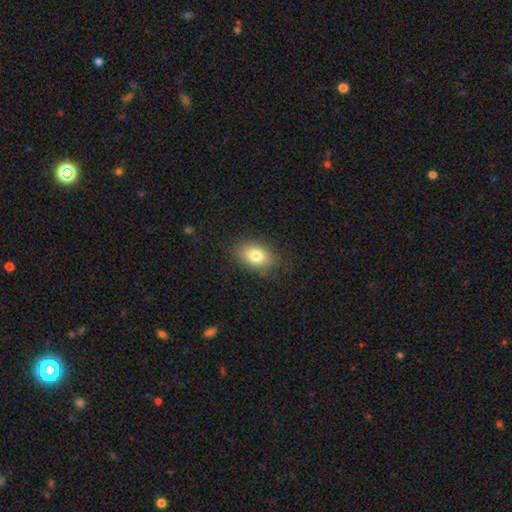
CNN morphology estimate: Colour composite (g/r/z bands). It shows a smooth galaxy with no disk features (80%) that is in between round and cigar-shaped (84%). Merging: none (83%).